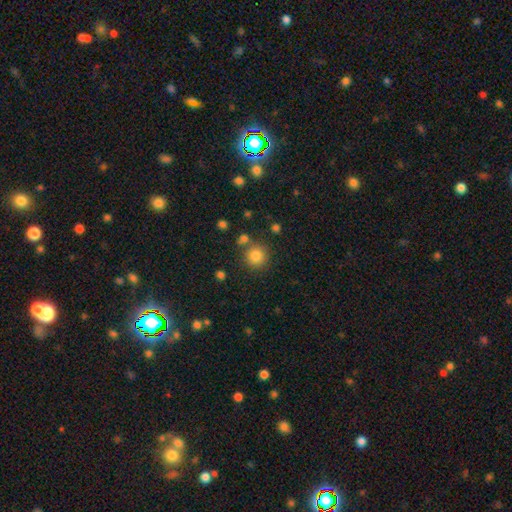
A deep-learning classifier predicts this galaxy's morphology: This is clearly a smooth galaxy (83%). How rounded: clearly round (92%). Merging: likely none (77%).